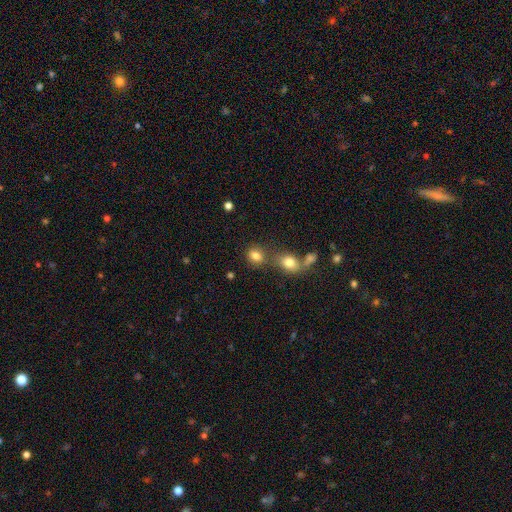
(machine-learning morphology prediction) A smooth galaxy with no disk features (80%) that is in between round and cigar-shaped (51%).

Vote fractions:
- Smooth or featured? smooth: 80% / star or artifact: 12% / featured or disk: 8%
- How rounded? in between: 51% / round: 47% / cigar-shaped: 2%
- Merging? none: 56% / merger: 27% / minor disturbance: 12% / major disturbance: 5%